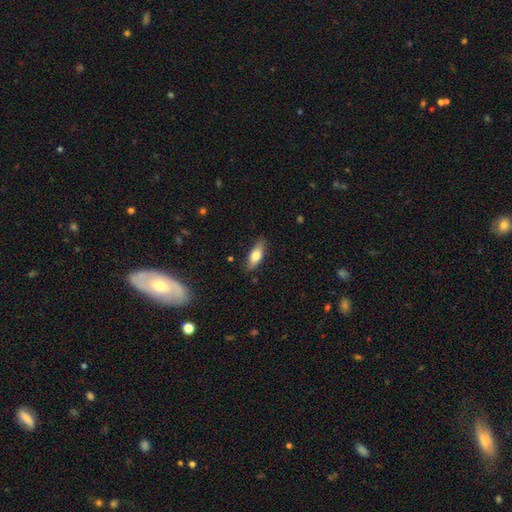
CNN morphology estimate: Smooth or featured? Predicted: smooth (p=0.70). How rounded? Predicted: in between (p=0.70). Merging? Predicted: none (p=0.81).